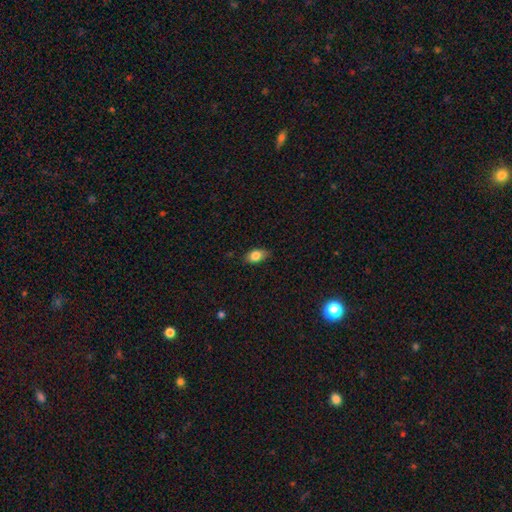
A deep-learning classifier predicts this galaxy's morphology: Q: Smooth or featured?
A: smooth (83%); runner-up: featured or disk (9%)
Q: How rounded?
A: in between (84%); runner-up: round (13%)
Q: Merging?
A: none (76%); runner-up: minor disturbance (19%)